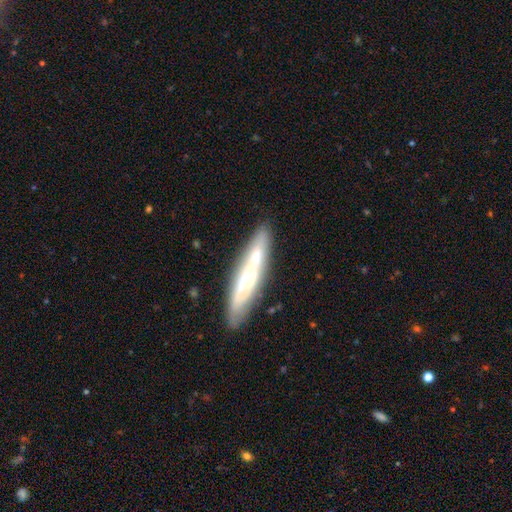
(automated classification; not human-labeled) featured or disk 52%, smooth 41%, star or artifact 7%. Down the decision tree: edge-on disk — yes (69%); merging — none (79%).